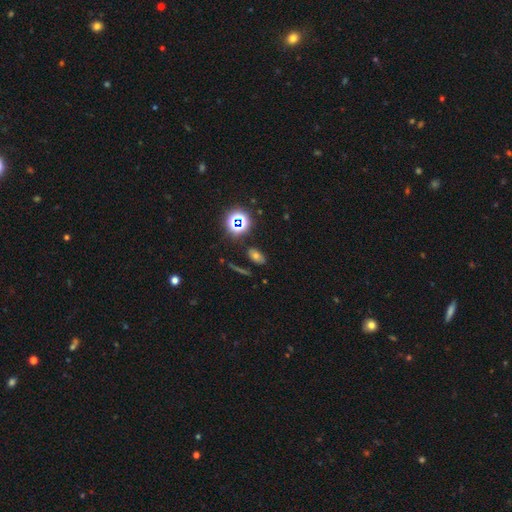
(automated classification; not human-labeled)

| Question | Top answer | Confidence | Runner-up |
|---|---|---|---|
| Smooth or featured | smooth | 57% | star or artifact (27%) |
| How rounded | in between | 81% | round (14%) |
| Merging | none | 82% | minor disturbance (10%) |